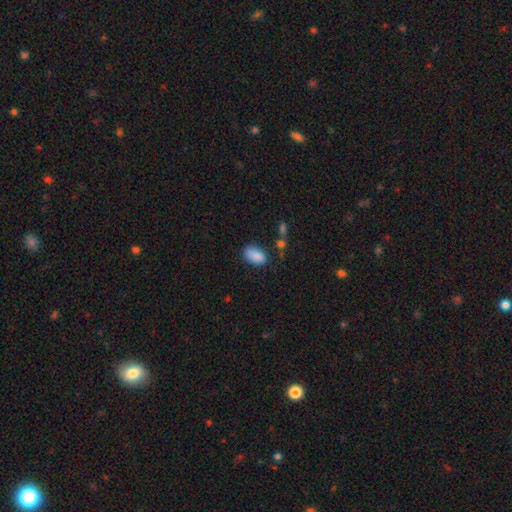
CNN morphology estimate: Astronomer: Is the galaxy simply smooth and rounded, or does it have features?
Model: smooth — 88%.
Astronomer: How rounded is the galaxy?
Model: in between — 92%.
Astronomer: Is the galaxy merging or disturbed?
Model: none — 71%.